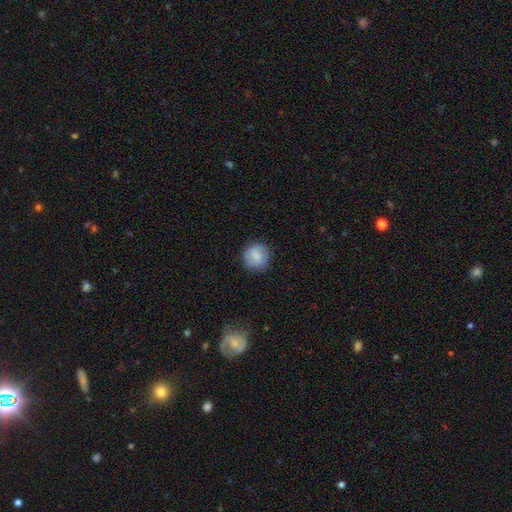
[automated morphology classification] Overall: smooth (81%). How rounded: round (90%). Merging: none (84%).